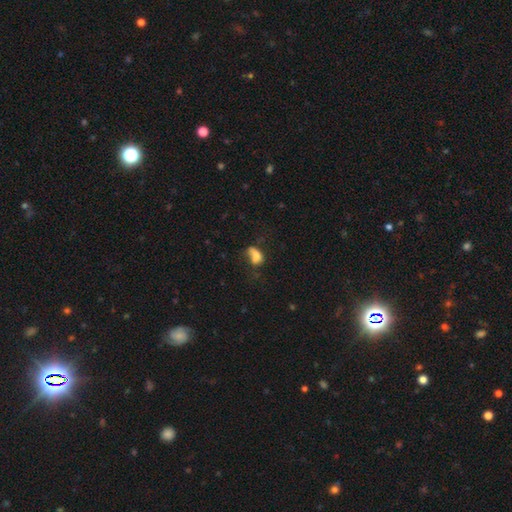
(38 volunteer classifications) This appears to be a smooth galaxy with no disk features (76%) that is in between round and cigar-shaped (90%). Merging: major disturbance (37%).